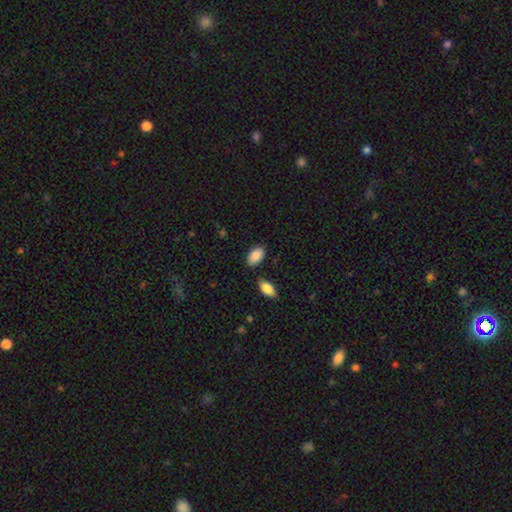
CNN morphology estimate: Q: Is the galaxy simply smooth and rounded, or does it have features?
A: smooth — 89%.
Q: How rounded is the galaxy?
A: in between — 93%.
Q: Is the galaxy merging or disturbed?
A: none — 80%.